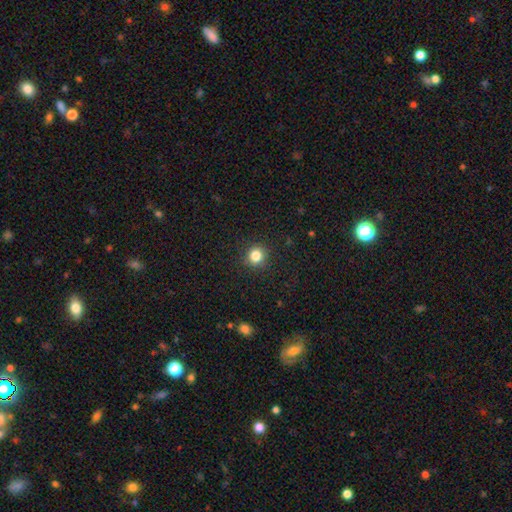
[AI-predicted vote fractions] Smooth or featured?
  - smooth: 83% *
  - star or artifact: 12%
  - featured or disk: 5%
How rounded?
  - round: 92% *
  - in between: 7%
  - cigar-shaped: 1%
Merging?
  - none: 91% *
  - minor disturbance: 6%
  - major disturbance: 2%
  - merger: 1%